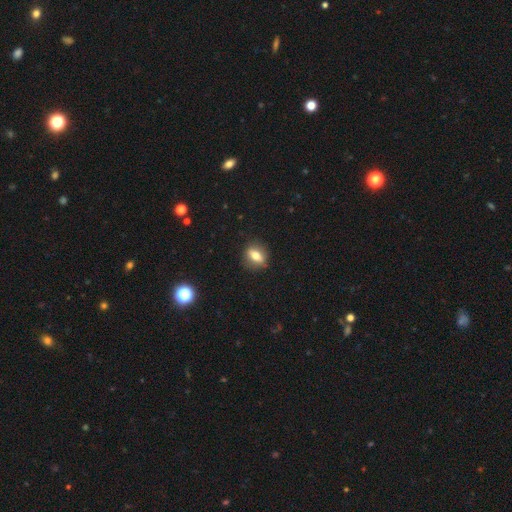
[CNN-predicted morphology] Smooth or featured: smooth — 66% (featured or disk — 24%)
How rounded: in between — 60% (round — 31%)
Merging: none — 84% (minor disturbance — 11%)